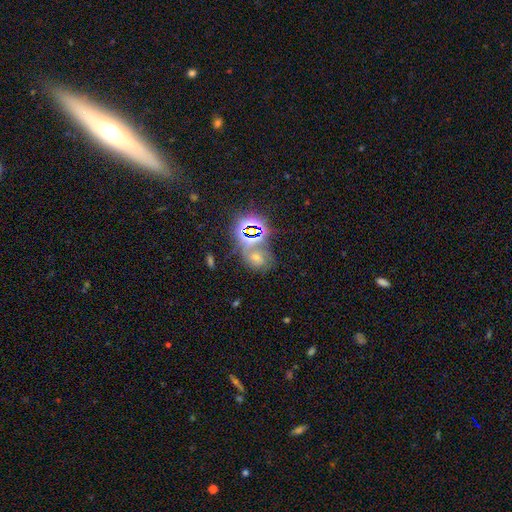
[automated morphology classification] Q: Smooth or featured?
A: star or artifact (55%); runner-up: smooth (27%)